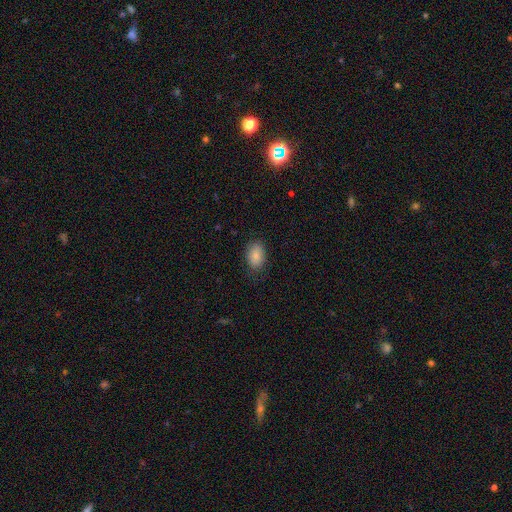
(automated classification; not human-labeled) Smooth or featured? smooth (85%)
How rounded? in between (87%)
Merging? none (81%)